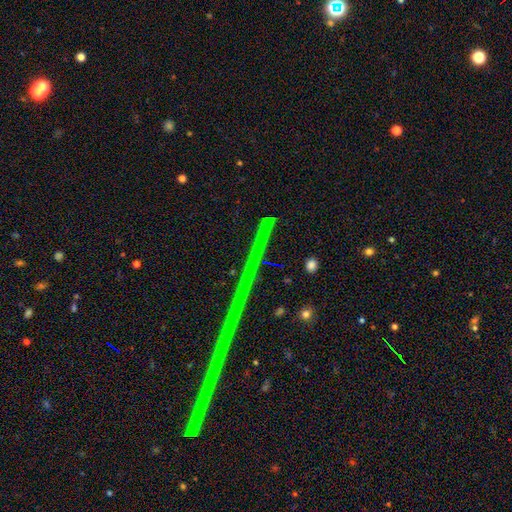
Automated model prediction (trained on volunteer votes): This appears to be a star or artifact, not a galaxy (82%).